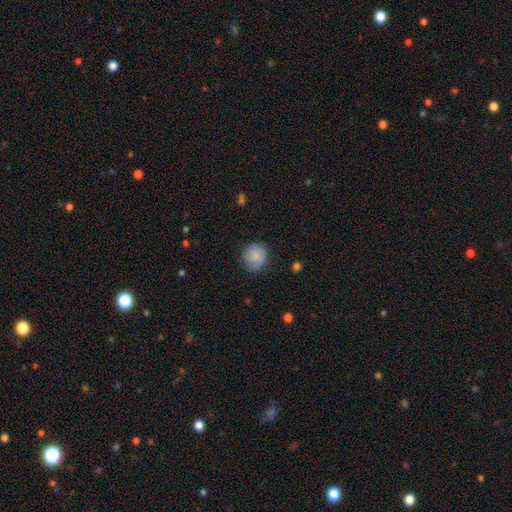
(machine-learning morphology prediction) Overall: smooth (81%). How rounded: round (82%). Merging: none (74%).